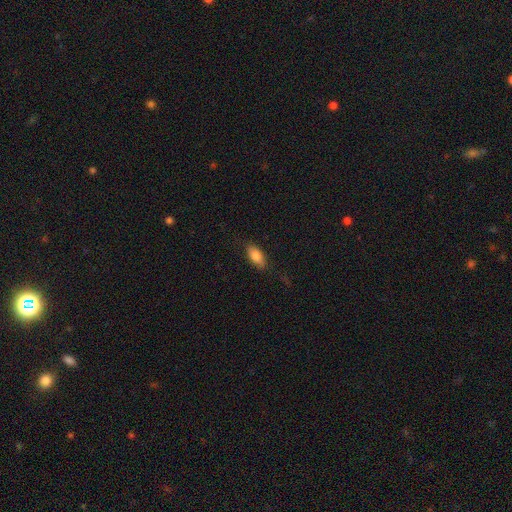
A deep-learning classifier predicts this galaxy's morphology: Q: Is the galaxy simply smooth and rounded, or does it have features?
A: smooth — 81%.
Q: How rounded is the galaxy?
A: in between — 86%.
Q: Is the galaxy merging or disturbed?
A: none — 80%.